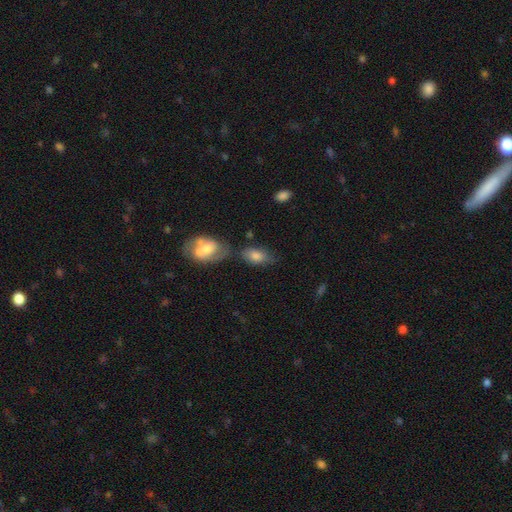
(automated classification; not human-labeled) The model was most divided on "merging": none: 51%, merger: 20%, minor disturbance: 20%, major disturbance: 8%. More confident: how rounded — in between (89%); smooth or featured — smooth (71%).